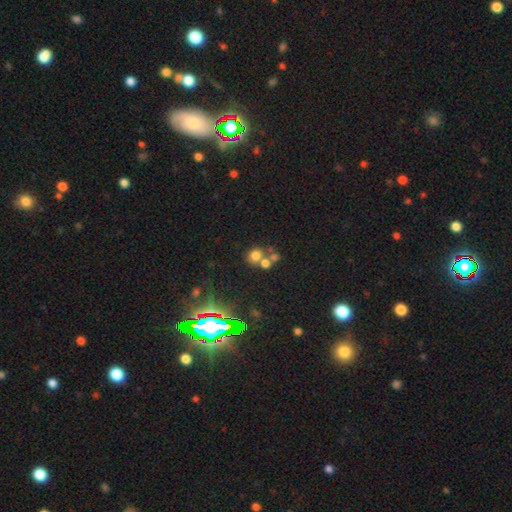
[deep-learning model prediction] This is likely a smooth galaxy (65%). How rounded: likely round (74%). Merging: marginally none (45%).